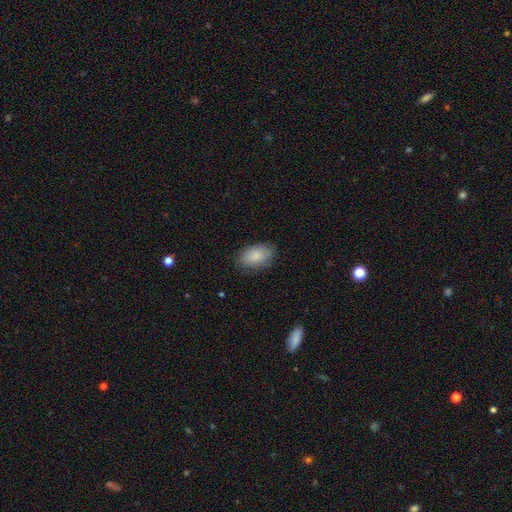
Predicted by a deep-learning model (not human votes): This appears to be a smooth galaxy with no disk features (86%) that is in between round and cigar-shaped (92%). Merging: none (82%).